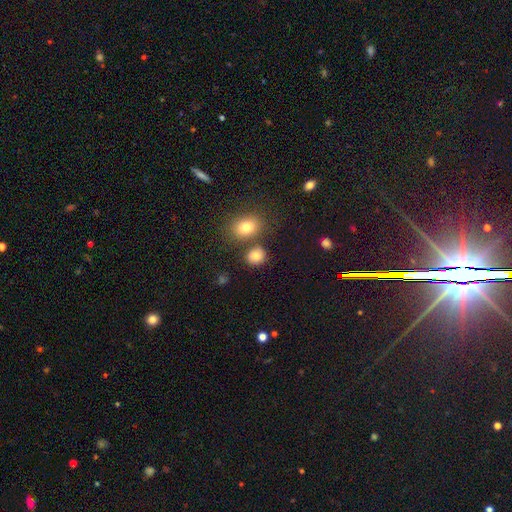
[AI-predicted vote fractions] Smooth or featured? smooth (81%)
How rounded? round (68%)
Merging? none (73%)